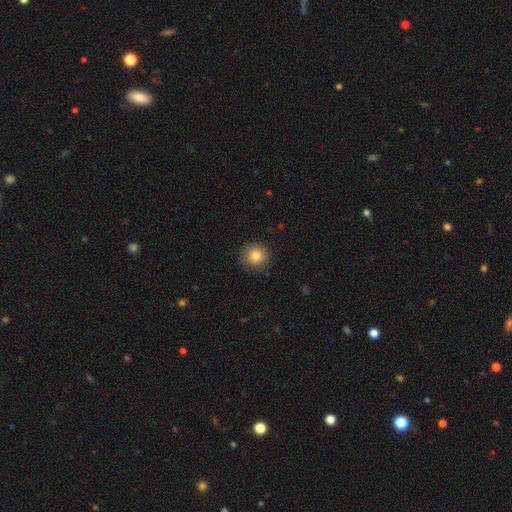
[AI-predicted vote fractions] smooth 82%, star or artifact 10%, featured or disk 7%. Down the decision tree: how rounded — round (93%); merging — none (89%).